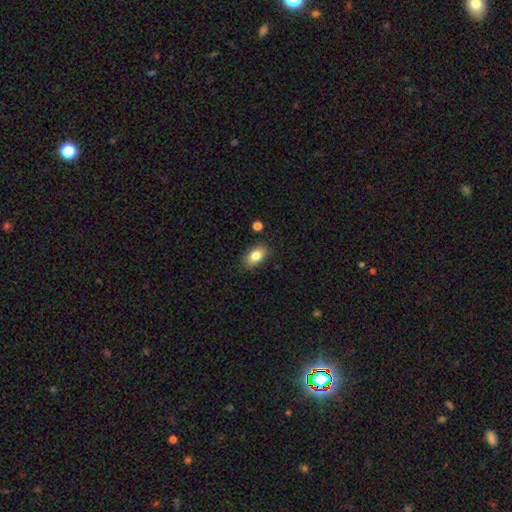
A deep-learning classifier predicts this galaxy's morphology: A smooth galaxy with no disk features (82%) that is in between round and cigar-shaped (88%). Merging: none (85%).